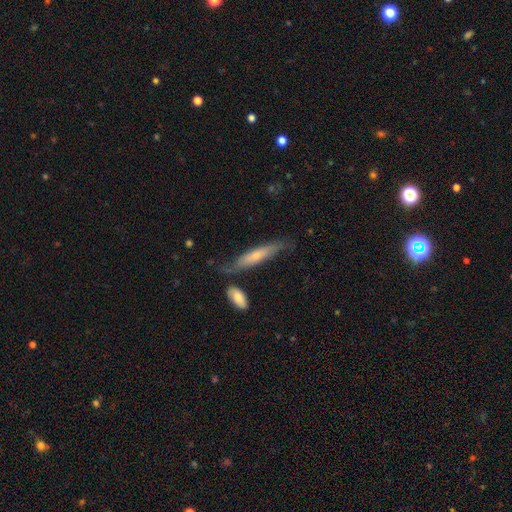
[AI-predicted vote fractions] Overall: smooth (51%; featured or disk 43%). How rounded: cigar-shaped (82%). Merging: none (61%; minor disturbance 23%).